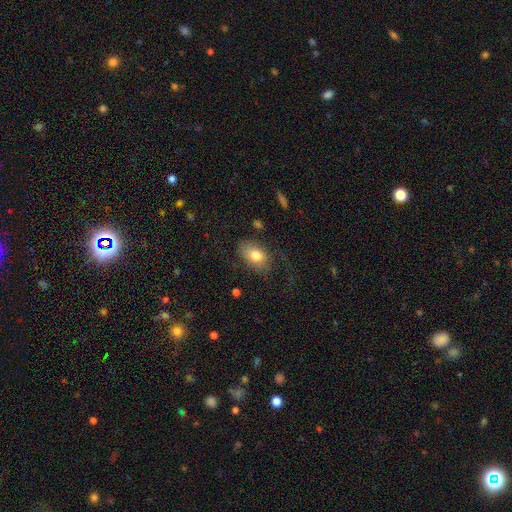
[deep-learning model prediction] The model was most divided on "merging": none: 55%, major disturbance: 23%, minor disturbance: 21%, merger: 2%. More confident: how rounded — in between (86%); smooth or featured — smooth (73%).